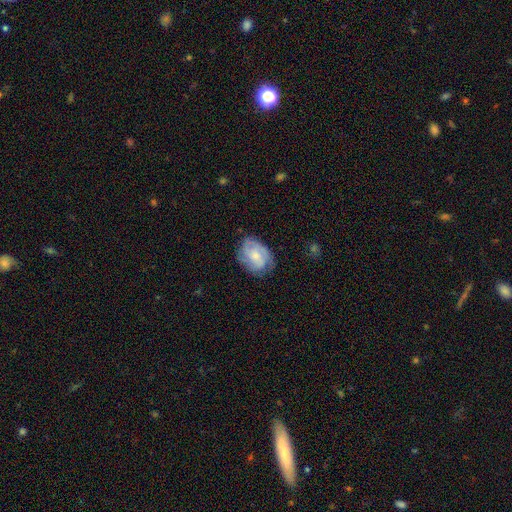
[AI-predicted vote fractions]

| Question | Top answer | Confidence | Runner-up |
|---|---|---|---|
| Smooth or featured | featured or disk | 58% | smooth (36%) |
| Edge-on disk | no | 97% | yes (3%) |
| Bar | no | 65% | weak (30%) |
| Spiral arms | yes | 83% | no (17%) |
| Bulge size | small | 44% | moderate (42%) |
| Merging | none | 68% | minor disturbance (23%) |